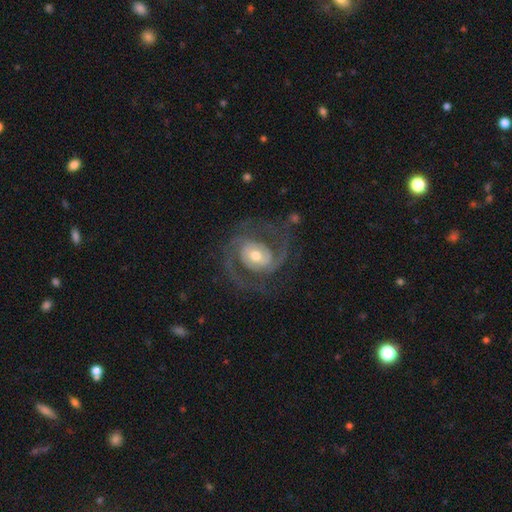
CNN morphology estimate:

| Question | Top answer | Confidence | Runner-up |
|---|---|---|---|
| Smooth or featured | featured or disk | 90% | smooth (5%) |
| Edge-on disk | no | 98% | yes (2%) |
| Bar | no | 45% | weak (37%) |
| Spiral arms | yes | 96% | no (4%) |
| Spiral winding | medium | 50% | tight (38%) |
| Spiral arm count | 2 | 83% | 3 (6%) |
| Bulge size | moderate | 62% | small (27%) |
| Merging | none | 74% | minor disturbance (13%) |